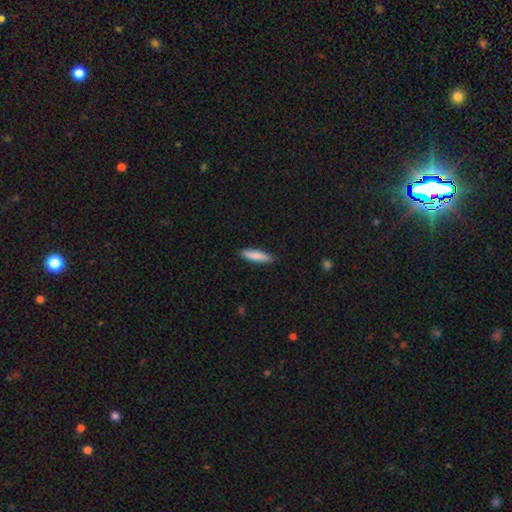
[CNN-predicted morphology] A smooth galaxy with no disk features (84%) that is cigar-shaped (74%).

Vote fractions:
- Smooth or featured? smooth: 84% / featured or disk: 10% / star or artifact: 6%
- How rounded? cigar-shaped: 74% / in between: 25% / round: 1%
- Merging? none: 85% / minor disturbance: 12% / major disturbance: 2% / merger: 1%